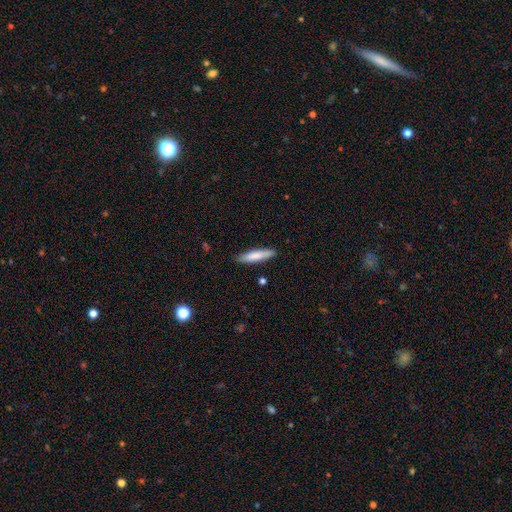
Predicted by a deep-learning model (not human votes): Q: Smooth or featured?
A: smooth (79%); runner-up: featured or disk (15%)
Q: How rounded?
A: cigar-shaped (82%); runner-up: in between (17%)
Q: Merging?
A: none (86%); runner-up: minor disturbance (10%)